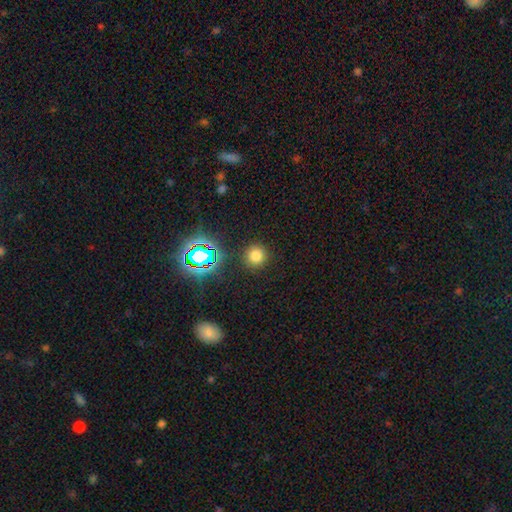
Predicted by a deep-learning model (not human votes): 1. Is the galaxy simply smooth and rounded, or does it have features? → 73% smooth, 21% star or artifact, 6% featured or disk.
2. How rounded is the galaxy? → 94% round, 5% in between, 1% cigar-shaped.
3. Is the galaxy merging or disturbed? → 89% none, 7% minor disturbance, 3% major disturbance, 2% merger.